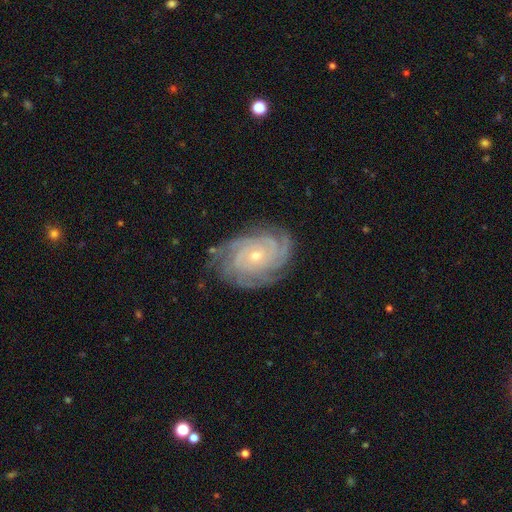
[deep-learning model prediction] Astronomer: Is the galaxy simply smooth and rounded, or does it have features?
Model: featured or disk — 89%.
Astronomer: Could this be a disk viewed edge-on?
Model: no — 97%.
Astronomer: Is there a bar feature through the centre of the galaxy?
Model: no — 75%.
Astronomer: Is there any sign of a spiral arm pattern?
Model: yes — 98%.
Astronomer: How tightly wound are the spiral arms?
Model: tight — 79%.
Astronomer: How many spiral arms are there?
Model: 4 — 32% (runner-up: 3, 21%).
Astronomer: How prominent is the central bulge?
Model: small — 68%.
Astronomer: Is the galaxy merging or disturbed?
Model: none — 78%.